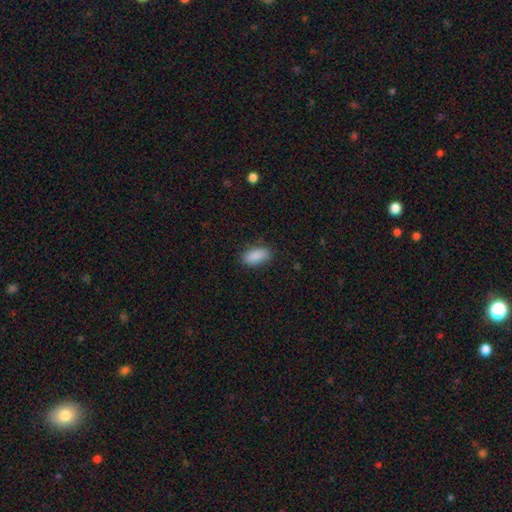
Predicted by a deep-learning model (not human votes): smooth-or-featured: smooth: 89% | star or artifact: 7% | featured or disk: 4%
  how-rounded: in between: 90% | cigar-shaped: 7% | round: 3%
  merging: none: 83% | minor disturbance: 13% | major disturbance: 3% | merger: 1%